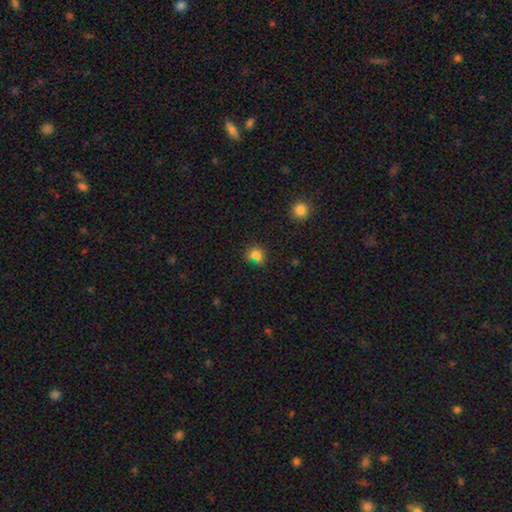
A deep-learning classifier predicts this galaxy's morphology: This appears to be a smooth galaxy with no disk features (74%) that is round (80%). Merging: none (73%).